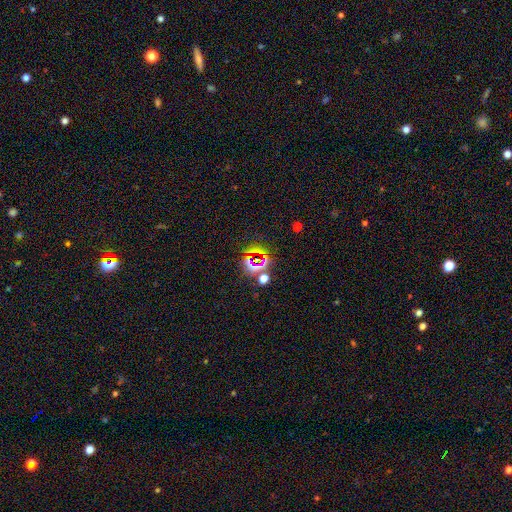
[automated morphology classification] Smooth or featured? star or artifact (68%)